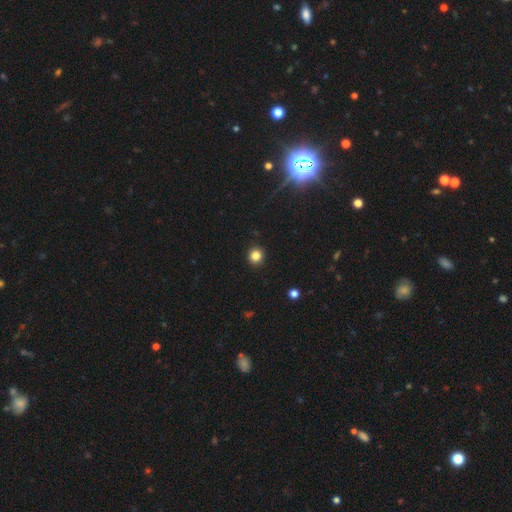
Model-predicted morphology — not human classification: Smooth or featured: smooth — 83% (star or artifact — 12%)
How rounded: round — 92% (in between — 7%)
Merging: none — 93% (minor disturbance — 5%)